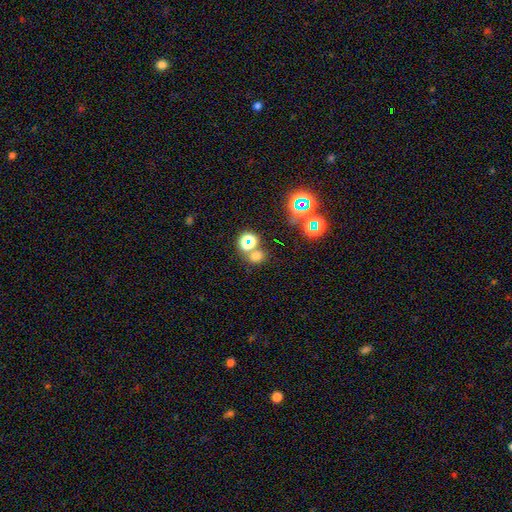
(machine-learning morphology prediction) A smooth galaxy with no disk features (58%) that is round (68%).

Vote fractions:
- Smooth or featured? smooth: 58% / star or artifact: 35% / featured or disk: 8%
- How rounded? round: 68% / in between: 31% / cigar-shaped: 1%
- Merging? none: 65% / merger: 22% / minor disturbance: 9% / major disturbance: 4%